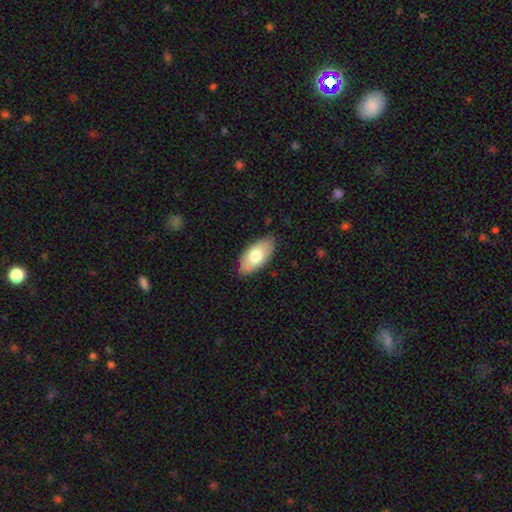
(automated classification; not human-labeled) smooth 74%, featured or disk 20%, star or artifact 6%. Down the decision tree: how rounded — in between (93%); merging — none (82%).